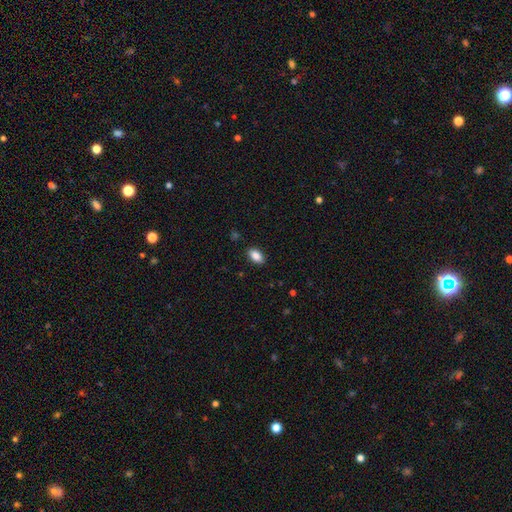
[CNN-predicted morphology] Smooth or featured? Predicted: smooth (p=0.86). How rounded? Predicted: in between (p=0.91). Merging? Predicted: none (p=0.88).